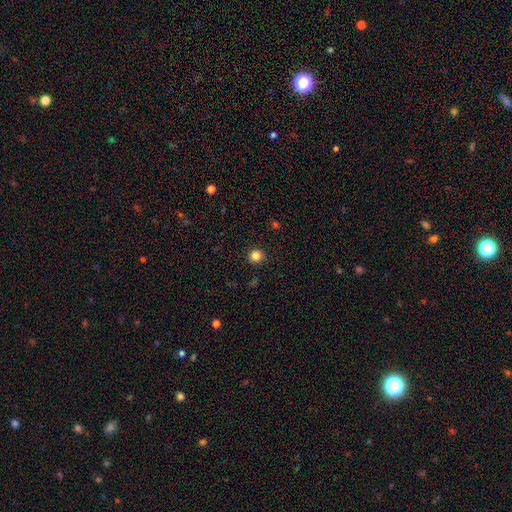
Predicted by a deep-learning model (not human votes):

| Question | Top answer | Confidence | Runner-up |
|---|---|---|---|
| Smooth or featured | smooth | 84% | star or artifact (12%) |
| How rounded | round | 91% | in between (8%) |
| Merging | none | 92% | minor disturbance (6%) |